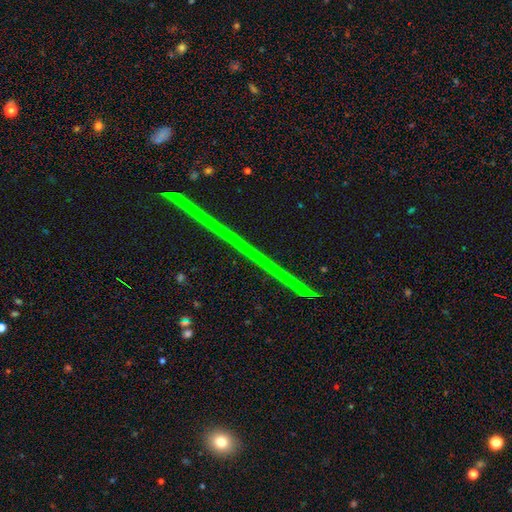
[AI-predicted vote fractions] Smooth or featured? star or artifact (54%)